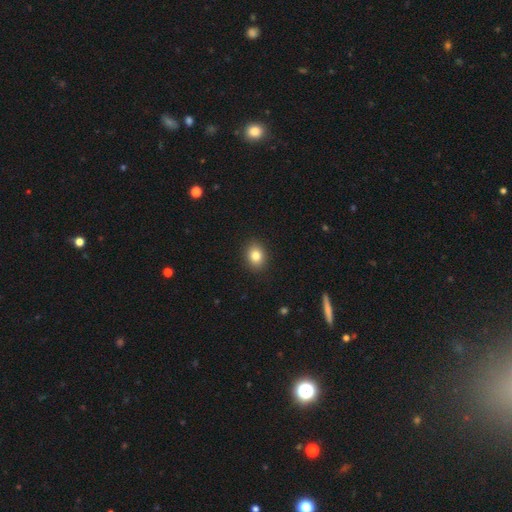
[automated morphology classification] smooth 83%, star or artifact 10%, featured or disk 8%. Down the decision tree: how rounded — in between (54%); merging — none (90%).